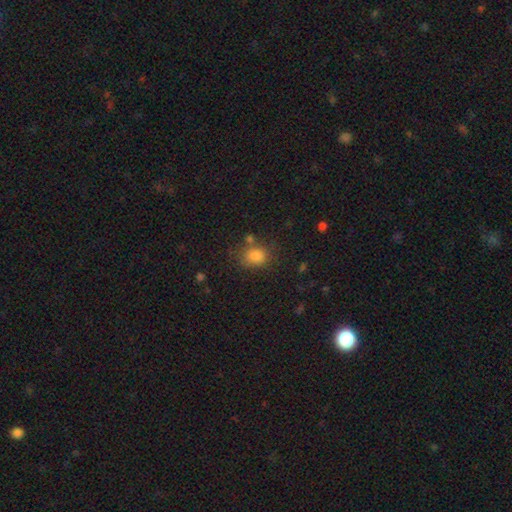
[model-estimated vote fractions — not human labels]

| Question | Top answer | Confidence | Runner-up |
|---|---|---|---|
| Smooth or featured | smooth | 82% | star or artifact (12%) |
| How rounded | round | 55% | in between (44%) |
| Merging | none | 66% | minor disturbance (18%) |